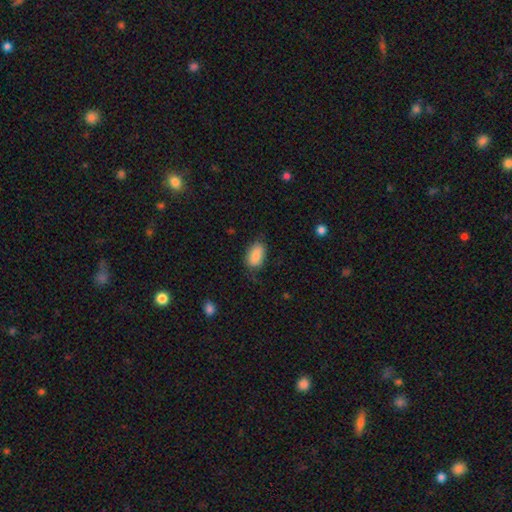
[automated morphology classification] smooth_or_featured: smooth (p=0.86) [alt: featured or disk p=0.07]
how_rounded: in between (p=0.91) [alt: round p=0.07]
merging: none (p=0.70) [alt: minor disturbance p=0.23]